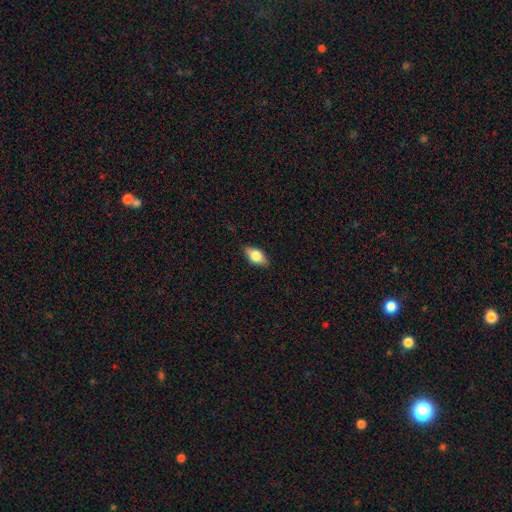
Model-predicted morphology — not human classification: Overall: smooth (65%; featured or disk 27%). How rounded: in between (84%). Merging: none (84%).